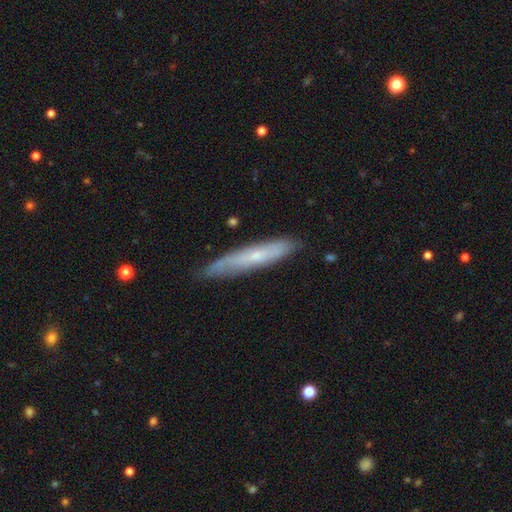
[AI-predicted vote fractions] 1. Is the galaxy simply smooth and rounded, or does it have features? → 49% featured or disk, 45% smooth, 6% star or artifact.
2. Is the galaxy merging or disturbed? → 76% none, 19% minor disturbance, 3% major disturbance, 2% merger.